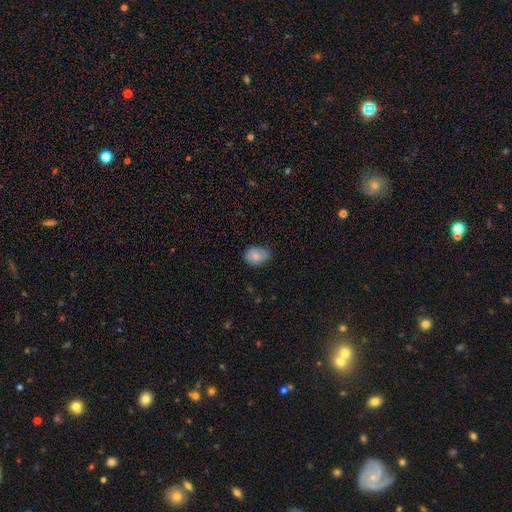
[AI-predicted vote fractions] Smooth or featured?
  - smooth: 82% *
  - featured or disk: 10%
  - star or artifact: 7%
How rounded?
  - in between: 71% *
  - round: 28%
  - cigar-shaped: 1%
Merging?
  - none: 69% *
  - minor disturbance: 26%
  - major disturbance: 4%
  - merger: 1%